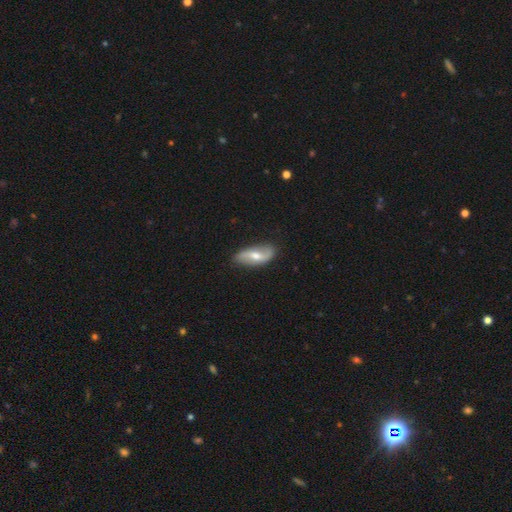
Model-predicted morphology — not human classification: Smooth or featured?
  - featured or disk: 63% *
  - smooth: 32%
  - star or artifact: 6%
Edge-on disk?
  - no: 89% *
  - yes: 11%
Bar?
  - weak: 45% *
  - no: 31%
  - strong: 24%
Spiral arms?
  - yes: 85% *
  - no: 15%
Bulge size?
  - moderate: 62% *
  - small: 30%
  - large: 4%
  - none: 2%
  - dominant: 1%
Merging?
  - none: 77% *
  - minor disturbance: 17%
  - major disturbance: 4%
  - merger: 2%